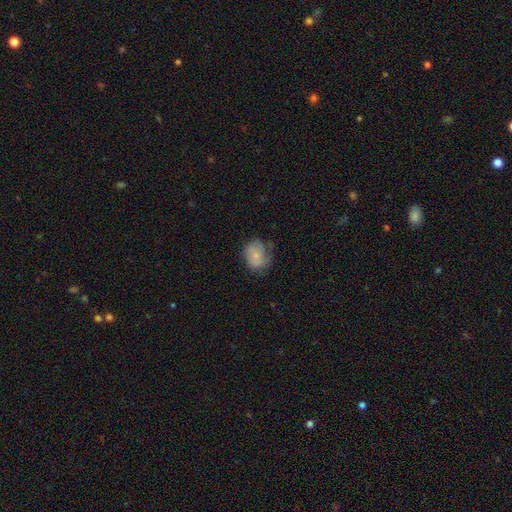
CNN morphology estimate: Smooth or featured?
  - smooth: 58% *
  - featured or disk: 33%
  - star or artifact: 8%
How rounded?
  - round: 51% *
  - in between: 48%
  - cigar-shaped: 1%
Merging?
  - none: 49% *
  - minor disturbance: 31%
  - major disturbance: 18%
  - merger: 2%